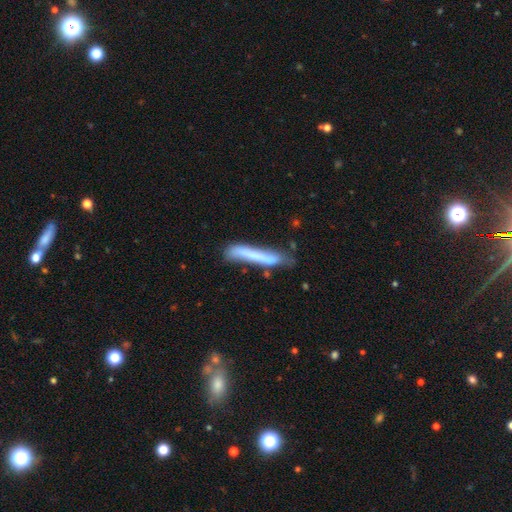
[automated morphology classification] Overall: smooth (61%; featured or disk 32%). How rounded: cigar-shaped (94%). Merging: none (57%; minor disturbance 27%).